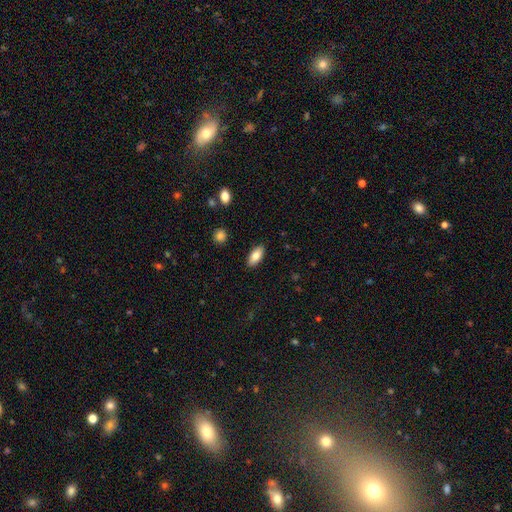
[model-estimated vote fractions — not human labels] Overall: smooth (83%). How rounded: in between (88%). Merging: none (89%).